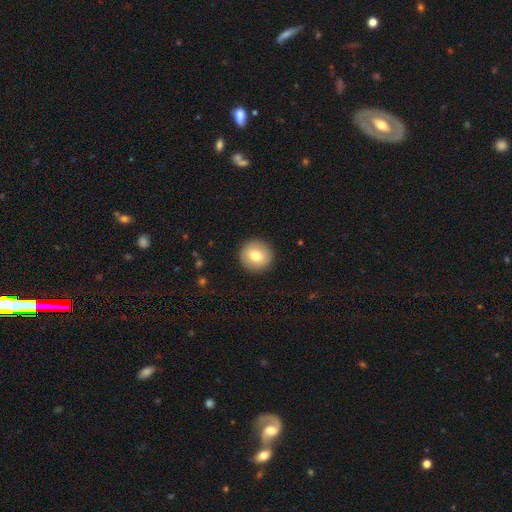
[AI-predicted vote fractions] smooth_or_featured: smooth (p=0.77) [alt: featured or disk p=0.15]
how_rounded: round (p=0.95) [alt: in between p=0.04]
merging: none (p=0.92) [alt: minor disturbance p=0.05]